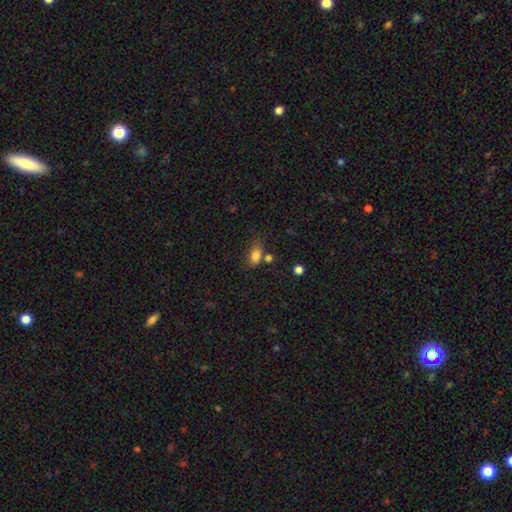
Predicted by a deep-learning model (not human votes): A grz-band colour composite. It shows a smooth galaxy with no disk features (82%) that is in between round and cigar-shaped (85%). Merging: none (57%).